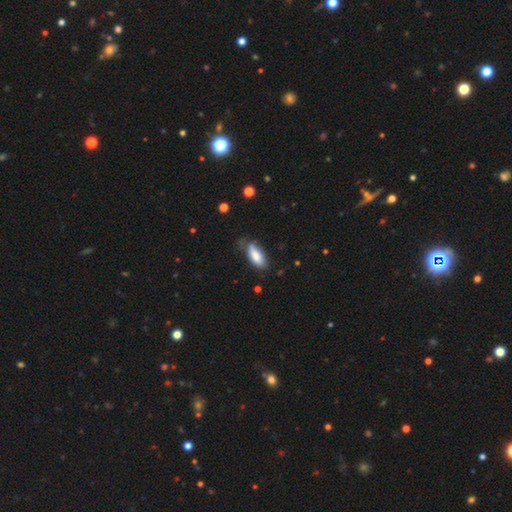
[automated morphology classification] smooth_or_featured: smooth (p=0.80) [alt: featured or disk p=0.13]
how_rounded: in between (p=0.79) [alt: cigar-shaped p=0.19]
merging: none (p=0.54) [alt: minor disturbance p=0.33]